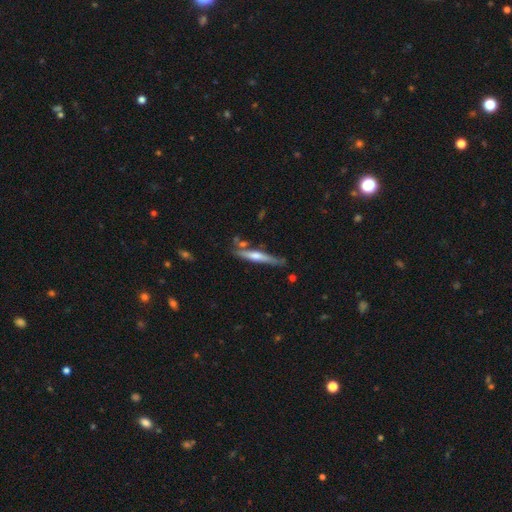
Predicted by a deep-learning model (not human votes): Overall: featured or disk (61%; smooth 33%). Edge-on disk: yes (95%). Edge-on bulge: rounded (71%). Merging: none (71%).